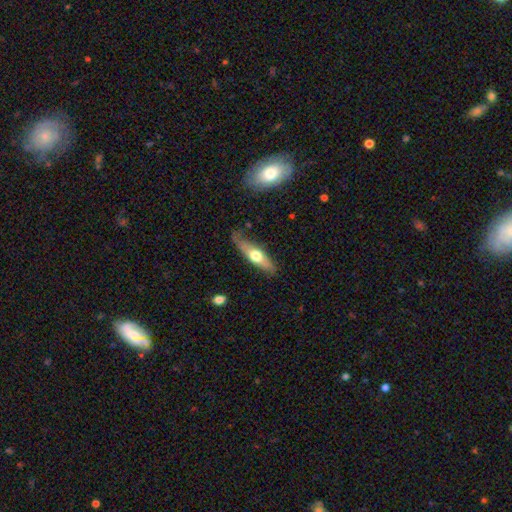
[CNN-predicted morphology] This appears to be a featured or disk galaxy (48%). Merging: none (70%).